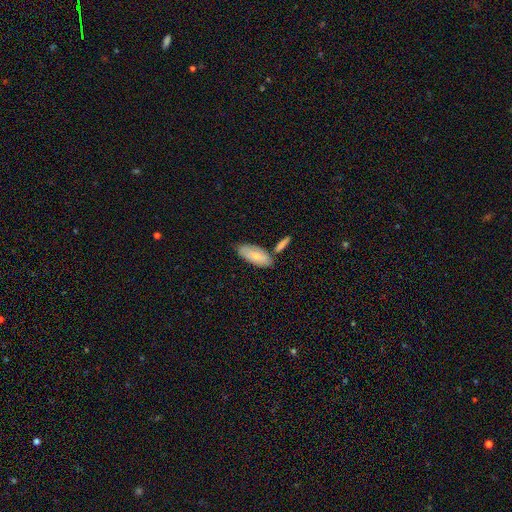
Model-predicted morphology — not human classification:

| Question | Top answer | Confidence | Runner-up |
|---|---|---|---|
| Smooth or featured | smooth | 74% | featured or disk (20%) |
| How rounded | in between | 85% | cigar-shaped (13%) |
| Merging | none | 66% | minor disturbance (17%) |